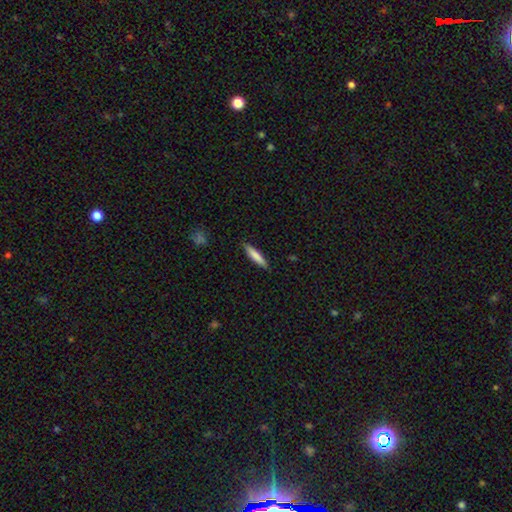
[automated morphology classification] smooth_or_featured: smooth (p=0.81) [alt: featured or disk p=0.13]
how_rounded: cigar-shaped (p=0.85) [alt: in between p=0.14]
merging: none (p=0.89) [alt: minor disturbance p=0.08]